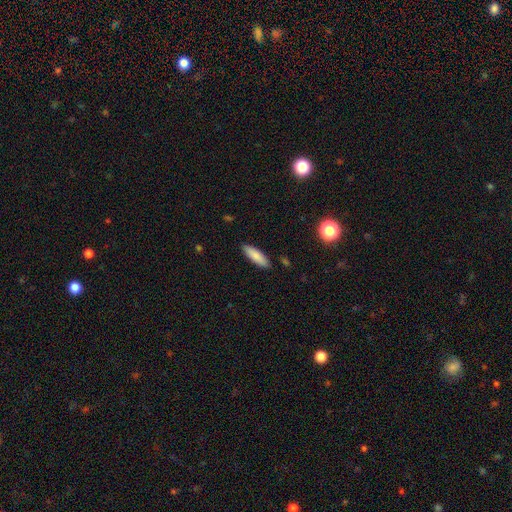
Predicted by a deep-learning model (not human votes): A smooth galaxy with no disk features (82%) that is cigar-shaped (54%).

Vote fractions:
- Smooth or featured? smooth: 82% / featured or disk: 11% / star or artifact: 6%
- How rounded? cigar-shaped: 54% / in between: 44% / round: 2%
- Merging? none: 88% / minor disturbance: 9% / major disturbance: 2% / merger: 1%